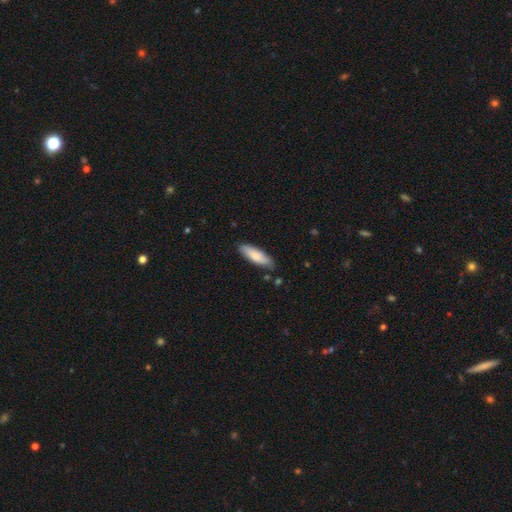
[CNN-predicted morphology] Overall: smooth (81%). How rounded: in between (54%; cigar-shaped 45%). Merging: none (82%).